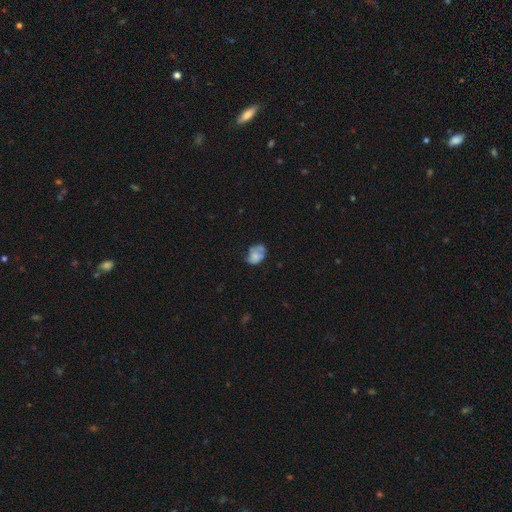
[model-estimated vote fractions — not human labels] Overall: smooth (51%; featured or disk 39%). How rounded: in between (71%). Merging: none (38%; minor disturbance 31%).